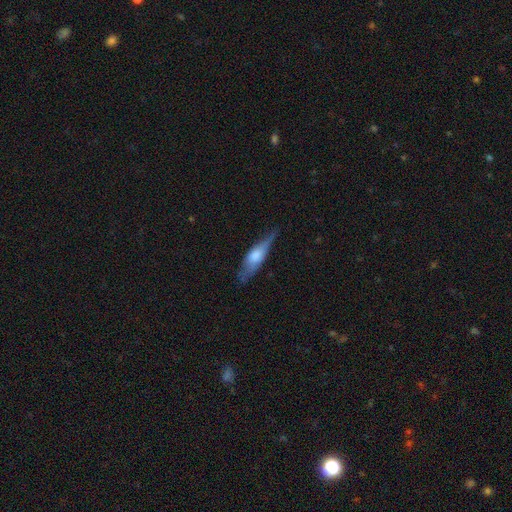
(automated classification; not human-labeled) Overall: featured or disk (51%; smooth 43%). Edge-on disk: yes (88%). Merging: none (70%).